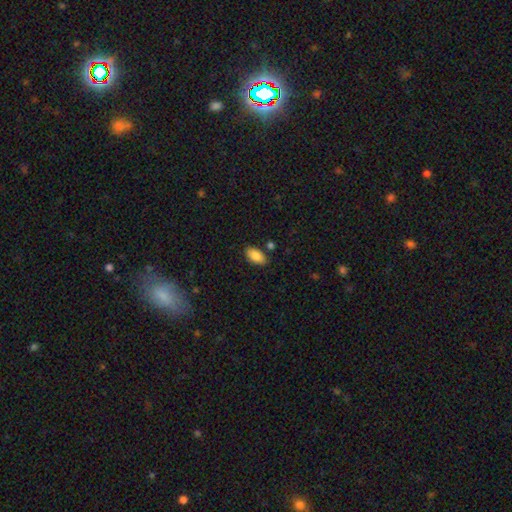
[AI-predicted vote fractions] smooth-or-featured: smooth: 86% | star or artifact: 7% | featured or disk: 7%
  how-rounded: in between: 93% | cigar-shaped: 4% | round: 3%
  merging: none: 82% | minor disturbance: 12% | merger: 3% | major disturbance: 3%